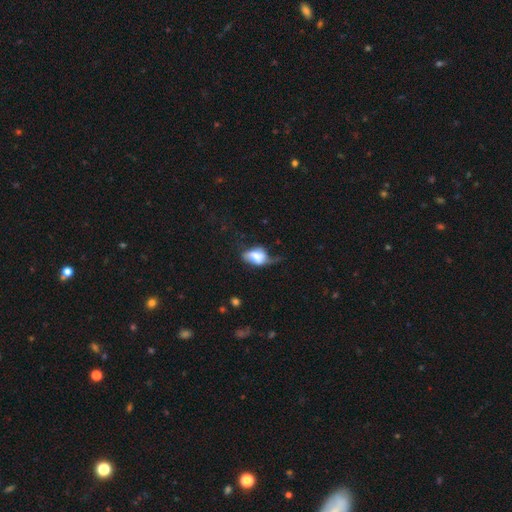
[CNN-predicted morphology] A smooth galaxy with no disk features (59%) that is in between round and cigar-shaped (83%).

Vote fractions:
- Smooth or featured? smooth: 59% / featured or disk: 32% / star or artifact: 9%
- How rounded? in between: 83% / round: 14% / cigar-shaped: 3%
- Merging? major disturbance: 36% / minor disturbance: 33% / none: 25% / merger: 5%